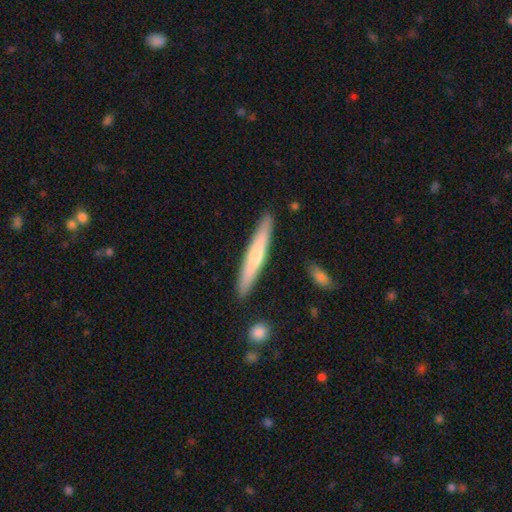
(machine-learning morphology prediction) Overall: smooth (59%; featured or disk 35%). How rounded: cigar-shaped (94%). Merging: none (89%).